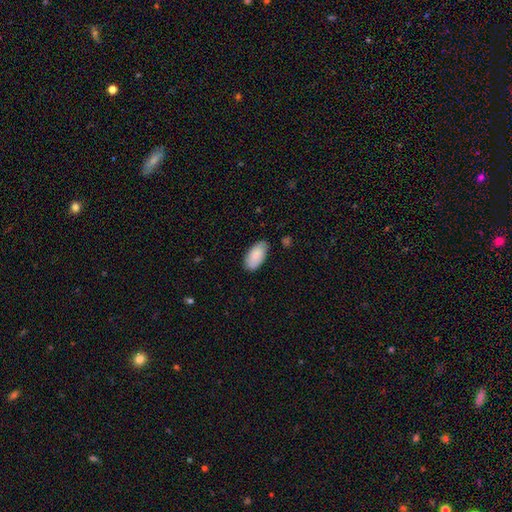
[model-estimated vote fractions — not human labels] Smooth or featured? Predicted: smooth (p=0.88). How rounded? Predicted: in between (p=0.95). Merging? Predicted: none (p=0.79).